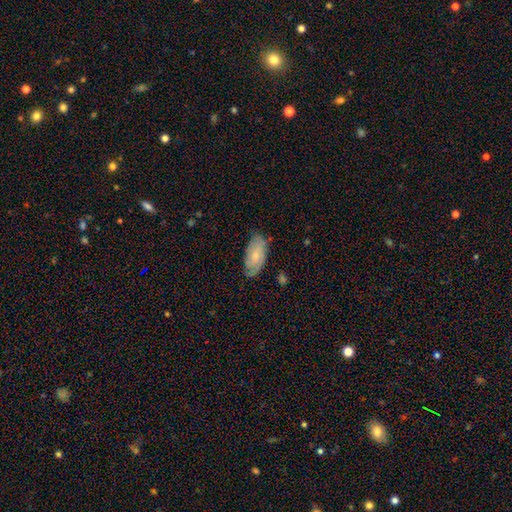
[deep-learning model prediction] This appears to be a smooth galaxy with no disk features (58%) that is in between round and cigar-shaped (92%). Merging: none (68%).